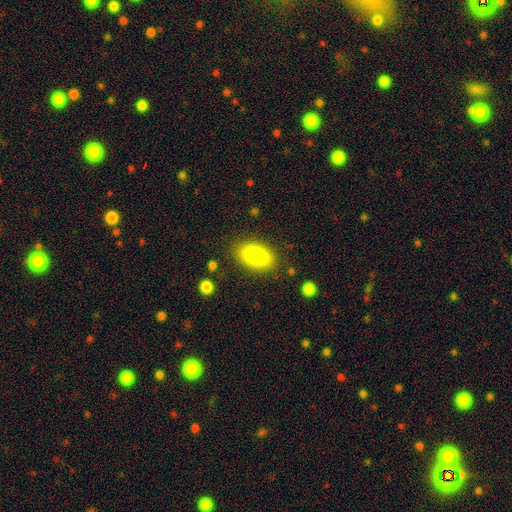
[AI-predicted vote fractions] Q: Smooth or featured?
A: smooth (87%); runner-up: star or artifact (7%)
Q: How rounded?
A: in between (92%); runner-up: round (4%)
Q: Merging?
A: none (84%); runner-up: minor disturbance (11%)